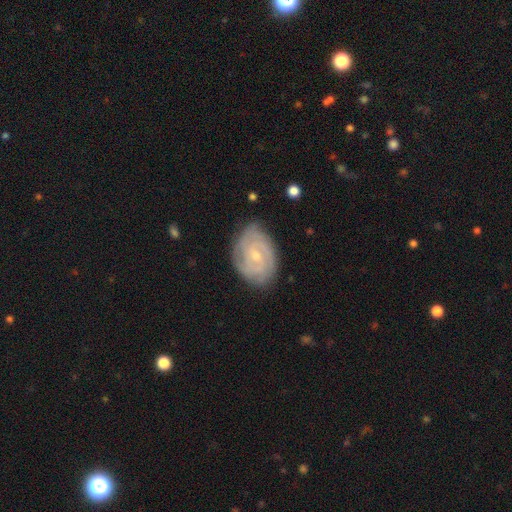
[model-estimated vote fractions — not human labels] Morphology: type=featured or disk (81%); edge-on=no (97%); bar=no (55%); spiral arms=yes (94%); winding=tight (68%); arm count=2 (31%); bulge=small (66%); merging=none (76%).